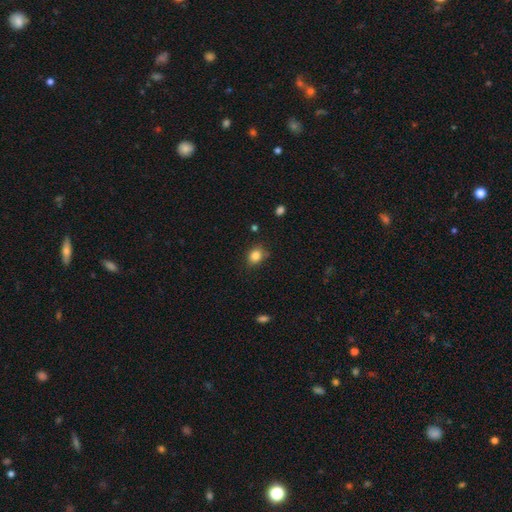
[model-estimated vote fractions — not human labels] This appears to be a smooth galaxy with no disk features (84%) that is in between round and cigar-shaped (52%). Merging: none (79%).